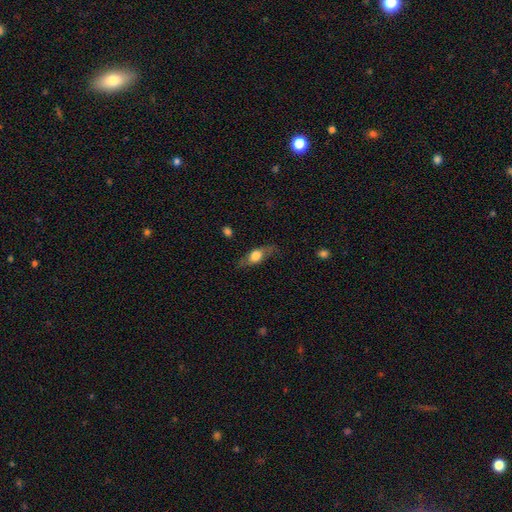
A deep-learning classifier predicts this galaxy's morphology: Smooth or featured: smooth — 59% (featured or disk — 33%)
How rounded: in between — 68% (cigar-shaped — 21%)
Merging: none — 67% (minor disturbance — 22%)